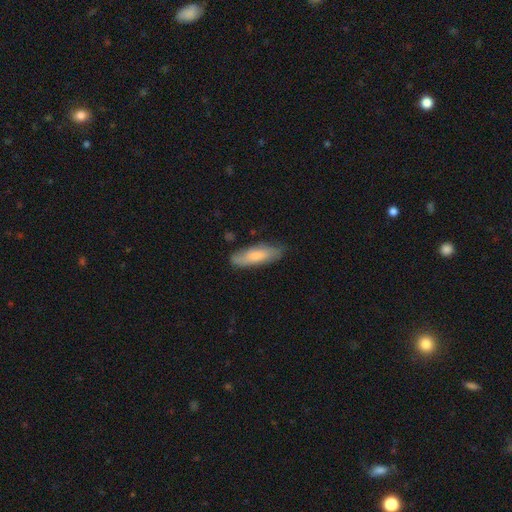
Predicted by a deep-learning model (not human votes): This appears to be a smooth galaxy with no disk features (73%) that is cigar-shaped (50%). Merging: none (74%).